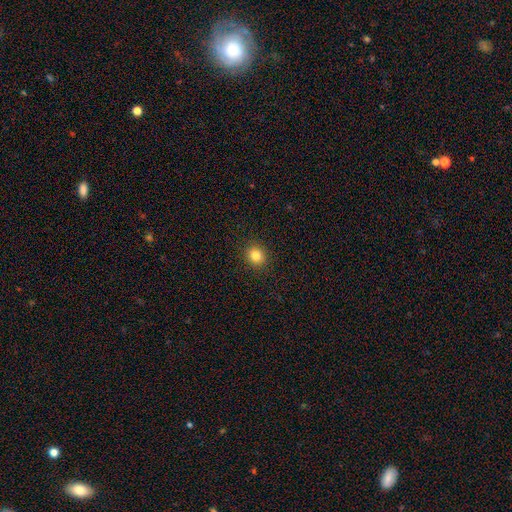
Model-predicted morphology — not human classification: smooth_or_featured: smooth (p=0.83) [alt: star or artifact p=0.12]
how_rounded: round (p=0.80) [alt: in between p=0.19]
merging: none (p=0.92) [alt: minor disturbance p=0.06]